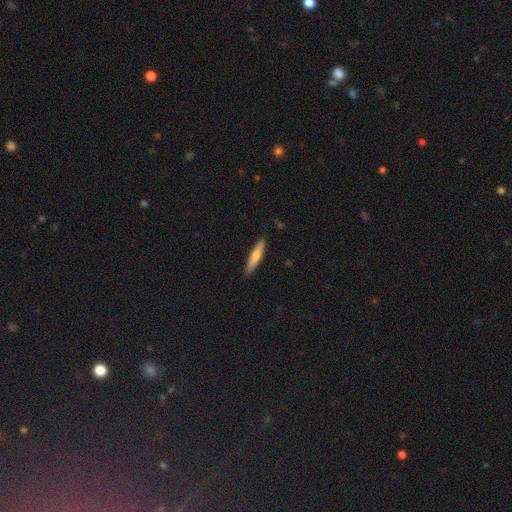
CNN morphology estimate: This is likely a smooth galaxy (68%). How rounded: clearly cigar-shaped (88%). Merging: clearly none (90%).